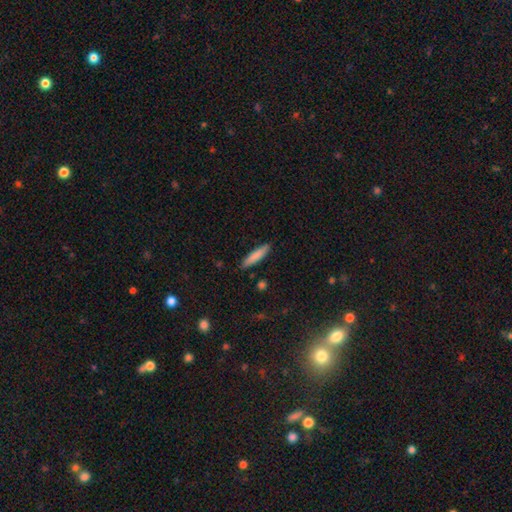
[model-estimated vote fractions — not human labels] Overall: smooth (82%). How rounded: cigar-shaped (83%). Merging: none (87%).